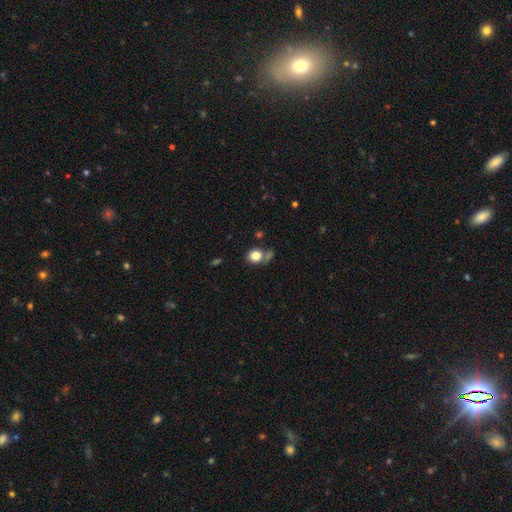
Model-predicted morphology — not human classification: A smooth galaxy with no disk features (81%) that is round (68%). Merging: none (60%).